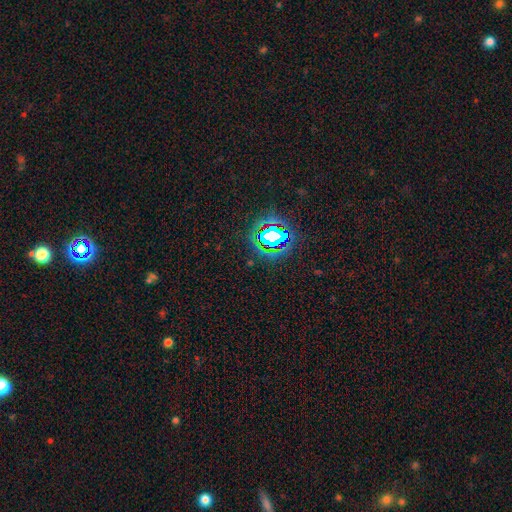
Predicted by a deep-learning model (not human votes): Morphology: type=star or artifact (77%).